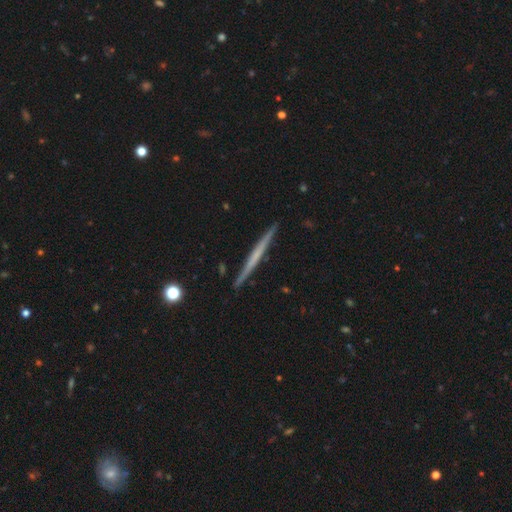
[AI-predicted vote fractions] Q: Smooth or featured?
A: featured or disk (57%); runner-up: smooth (37%)
Q: Edge-on disk?
A: yes (98%); runner-up: no (2%)
Q: Edge-on bulge?
A: none (86%); runner-up: rounded (9%)
Q: Merging?
A: none (92%); runner-up: minor disturbance (6%)